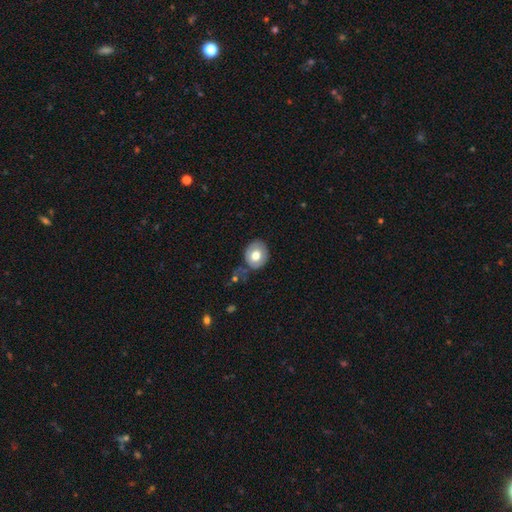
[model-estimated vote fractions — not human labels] Overall: smooth (66%; featured or disk 27%). How rounded: round (58%; in between 41%). Merging: none (73%).